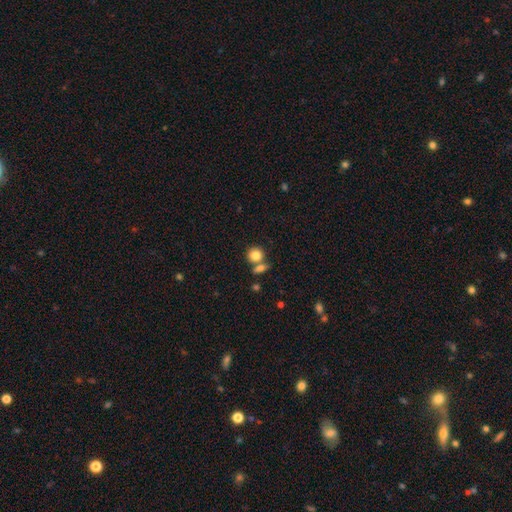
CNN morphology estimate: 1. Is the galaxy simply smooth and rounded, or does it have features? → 82% smooth, 9% featured or disk, 9% star or artifact.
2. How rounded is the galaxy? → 81% round, 18% in between, 1% cigar-shaped.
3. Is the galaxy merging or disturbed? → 56% none, 31% merger, 9% minor disturbance, 3% major disturbance.